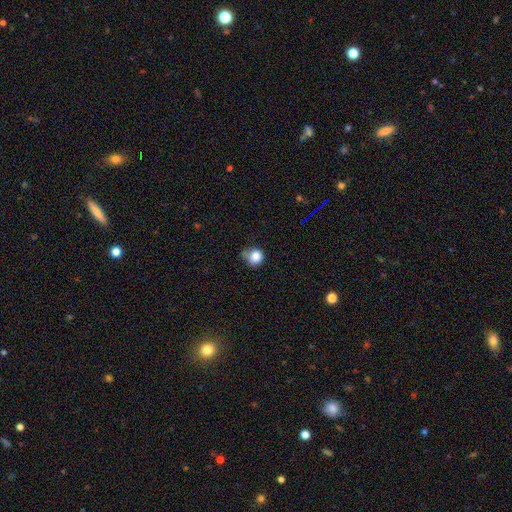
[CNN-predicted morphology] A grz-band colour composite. It shows a smooth galaxy with no disk features (83%) that is round (87%). Merging: none (54%).